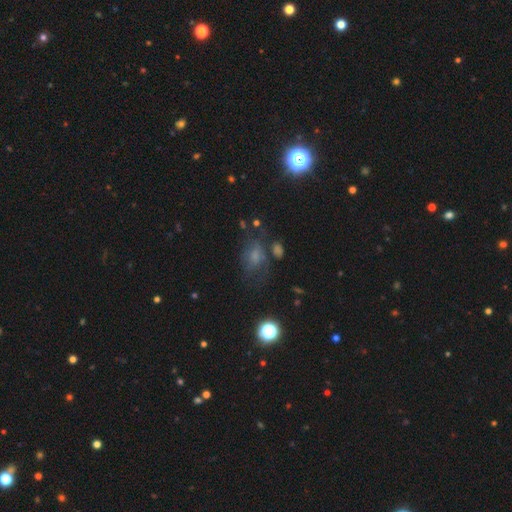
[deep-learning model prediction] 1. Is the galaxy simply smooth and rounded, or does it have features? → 48% smooth, 27% featured or disk, 26% star or artifact.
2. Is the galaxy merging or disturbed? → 48% none, 23% minor disturbance, 21% major disturbance, 9% merger.